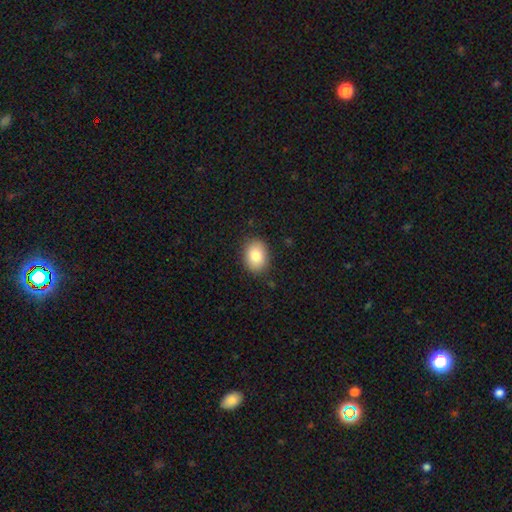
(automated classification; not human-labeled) This appears to be a smooth galaxy with no disk features (84%) that is in between round and cigar-shaped (71%). Merging: none (87%).